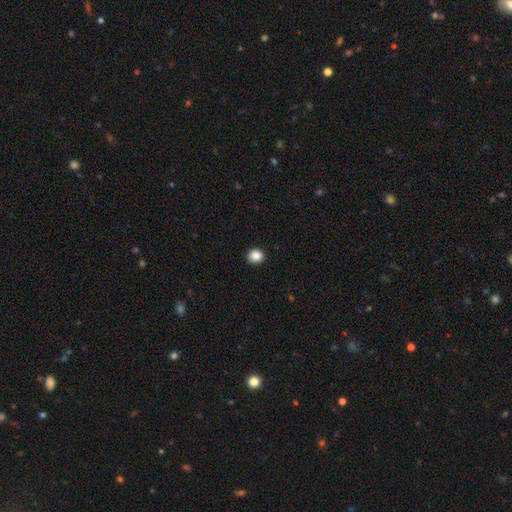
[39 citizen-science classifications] This is clearly a smooth galaxy (92%). How rounded: clearly round (89%). Merging: clearly none (92%).